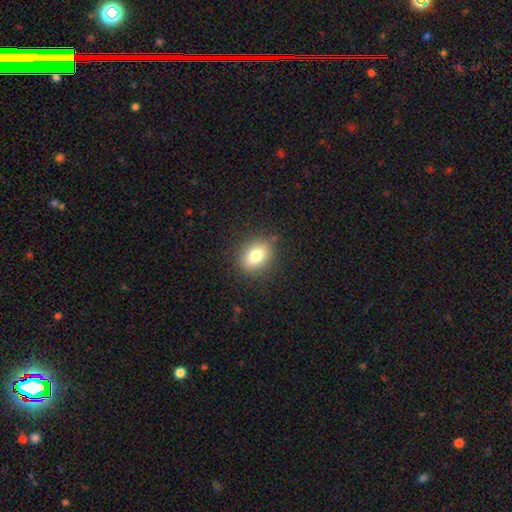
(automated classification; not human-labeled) The model was most divided on "how rounded": in between: 60%, round: 38%, cigar-shaped: 2%. More confident: merging — none (85%); smooth or featured — smooth (78%).